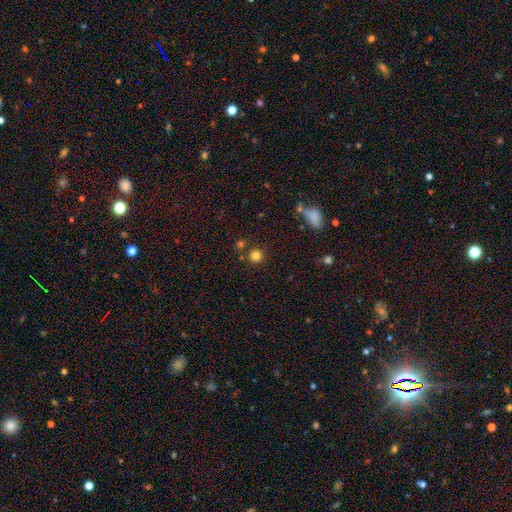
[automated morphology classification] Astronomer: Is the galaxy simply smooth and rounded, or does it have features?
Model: smooth — 79%.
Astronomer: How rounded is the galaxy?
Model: round — 94%.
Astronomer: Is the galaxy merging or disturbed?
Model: none — 82%.